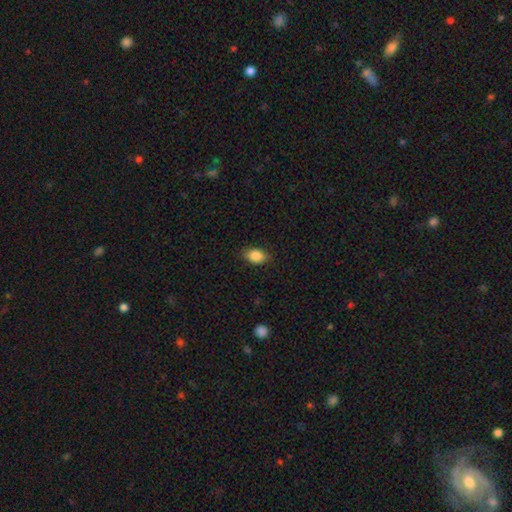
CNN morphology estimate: Smooth or featured? smooth (86%)
How rounded? in between (85%)
Merging? none (86%)